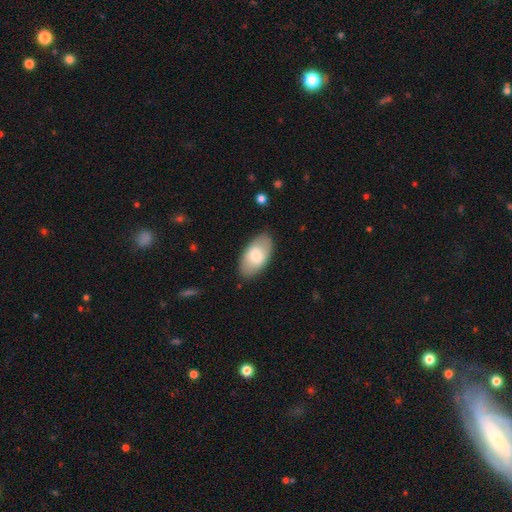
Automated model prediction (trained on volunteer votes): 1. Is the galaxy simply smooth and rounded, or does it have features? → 72% smooth, 22% featured or disk, 6% star or artifact.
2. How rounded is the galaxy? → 95% in between, 3% round, 2% cigar-shaped.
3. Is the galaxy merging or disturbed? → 84% none, 12% minor disturbance, 3% major disturbance, 1% merger.